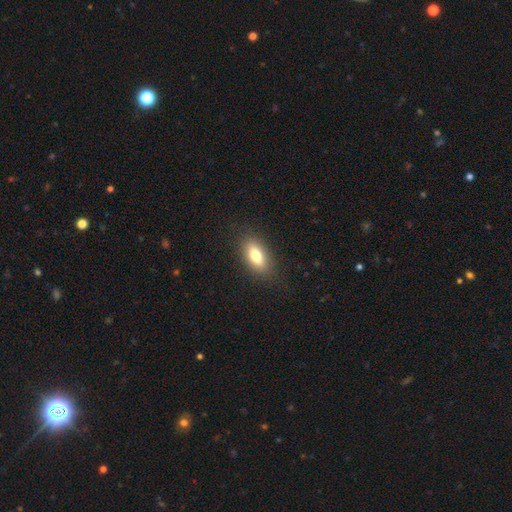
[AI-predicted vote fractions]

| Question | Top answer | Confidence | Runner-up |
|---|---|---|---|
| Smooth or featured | smooth | 77% | featured or disk (15%) |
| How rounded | in between | 83% | cigar-shaped (13%) |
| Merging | none | 86% | minor disturbance (10%) |